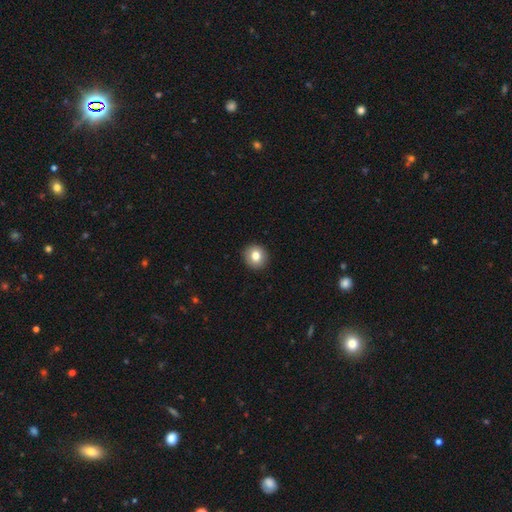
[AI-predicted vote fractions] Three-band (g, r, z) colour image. It shows a smooth galaxy with no disk features (81%) that is round (87%). Merging: none (92%).